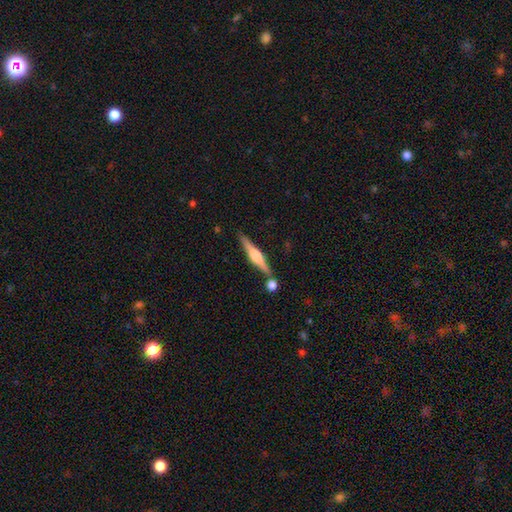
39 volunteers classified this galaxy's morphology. A featured or disk galaxy (72%) viewed edge-on (100%) with a rounded central bulge (79%). Merging: none (83%).